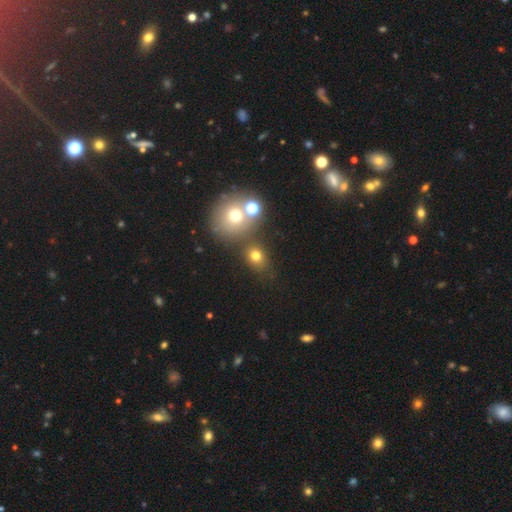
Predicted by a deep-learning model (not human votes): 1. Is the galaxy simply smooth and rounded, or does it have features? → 71% smooth, 19% star or artifact, 10% featured or disk.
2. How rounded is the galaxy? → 61% round, 37% in between, 1% cigar-shaped.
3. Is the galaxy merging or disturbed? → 66% none, 19% merger, 11% minor disturbance, 5% major disturbance.